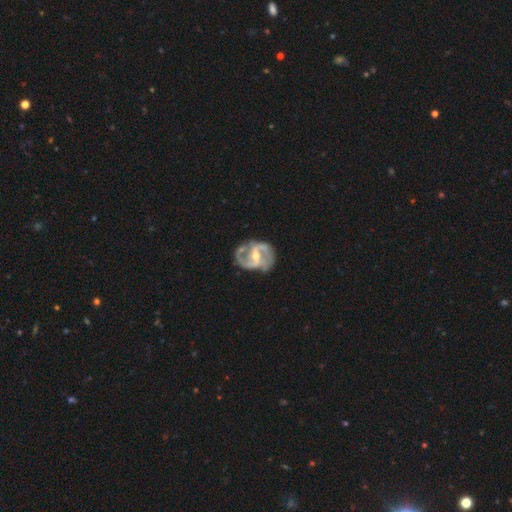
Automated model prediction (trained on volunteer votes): Smooth or featured: featured or disk — 90% (smooth — 6%)
Edge-on disk: no — 98% (yes — 2%)
Bar: strong — 44% (weak — 41%)
Spiral arms: yes — 96% (no — 4%)
Spiral winding: medium — 58% (loose — 23%)
Spiral arm count: 2 — 87% (3 — 5%)
Bulge size: moderate — 51% (small — 46%)
Merging: none — 70% (minor disturbance — 19%)